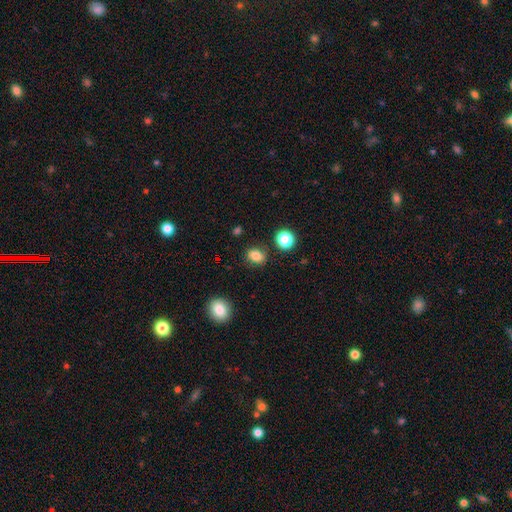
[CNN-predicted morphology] smooth 82%, star or artifact 13%, featured or disk 6%. Down the decision tree: how rounded — in between (55%); merging — none (83%).